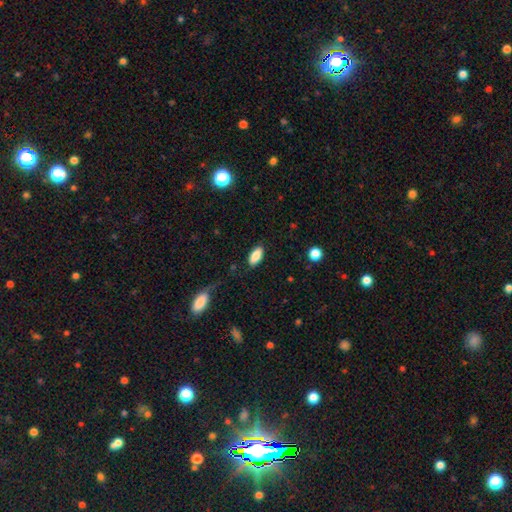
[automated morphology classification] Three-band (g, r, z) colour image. It shows a smooth galaxy with no disk features (83%) that is in between round and cigar-shaped (87%). Merging: none (83%).